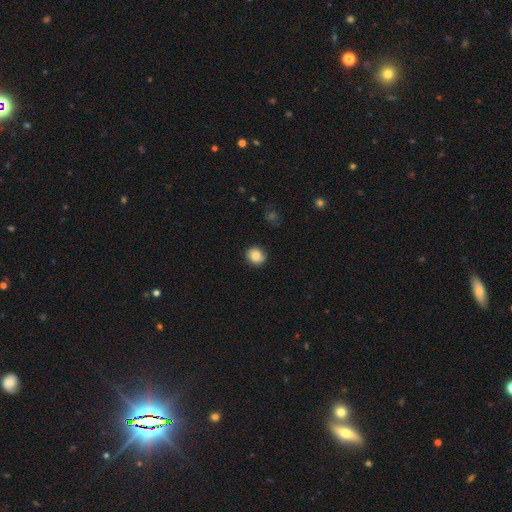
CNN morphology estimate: The model was most divided on "how rounded": round: 77%, in between: 22%, cigar-shaped: 1%. More confident: smooth or featured — smooth (81%); merging — none (81%).